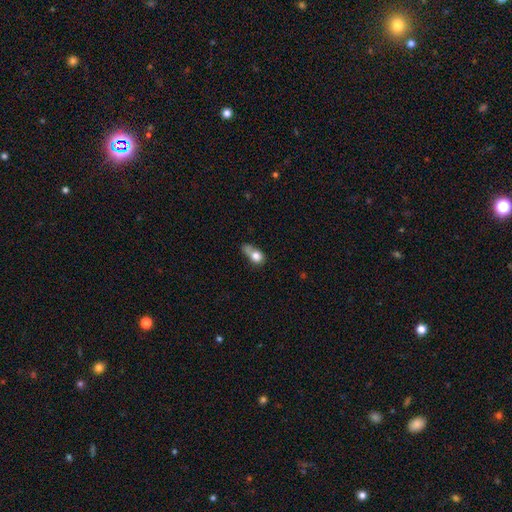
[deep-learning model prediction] smooth 76%, featured or disk 15%, star or artifact 9%. Down the decision tree: how rounded — in between (56%); merging — merger (29%).